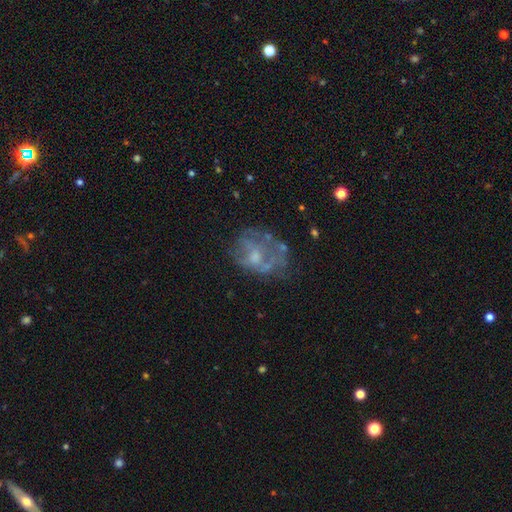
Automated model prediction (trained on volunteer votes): smooth_or_featured: featured or disk (p=0.60) [alt: smooth p=0.28]
disk_edge_on: no (p=0.98) [alt: yes p=0.02]
bar: no (p=0.81) [alt: weak p=0.16]
has_spiral_arms: no (p=0.77) [alt: yes p=0.23]
bulge_size: moderate (p=0.43) [alt: small p=0.33]
merging: none (p=0.44) [alt: major disturbance p=0.27]